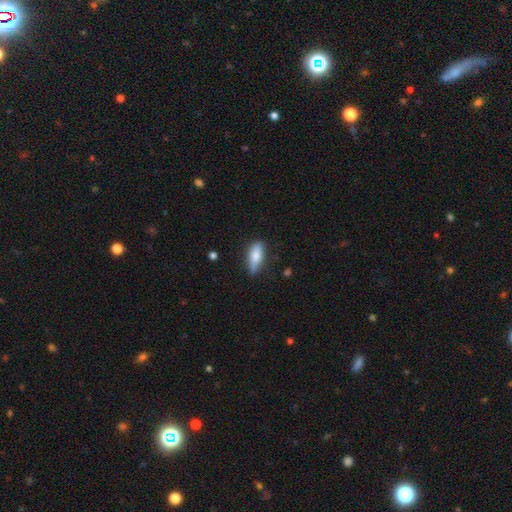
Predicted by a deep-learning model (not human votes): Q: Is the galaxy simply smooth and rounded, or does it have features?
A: smooth — 75%.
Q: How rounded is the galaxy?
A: in between — 64%.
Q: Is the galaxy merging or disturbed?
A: none — 76%.